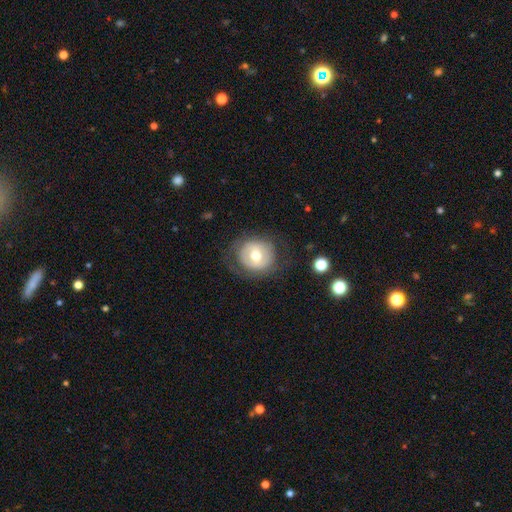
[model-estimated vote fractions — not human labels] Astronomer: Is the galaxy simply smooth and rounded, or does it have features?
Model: smooth — 50% (runner-up: featured or disk, 42%).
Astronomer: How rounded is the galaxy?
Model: round — 82%.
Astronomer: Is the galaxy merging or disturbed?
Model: none — 74%.